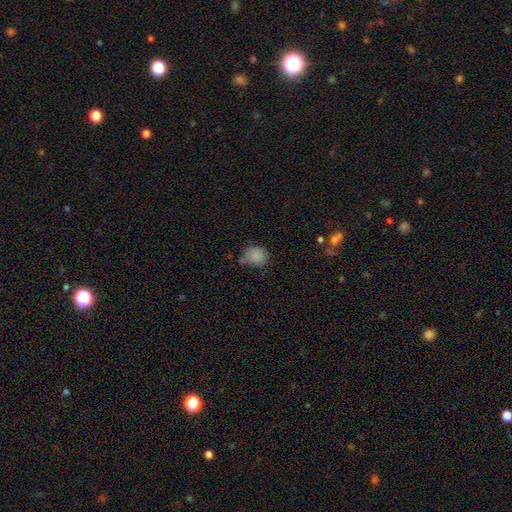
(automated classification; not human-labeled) A smooth galaxy with no disk features (83%) that is round (73%). Merging: none (54%).